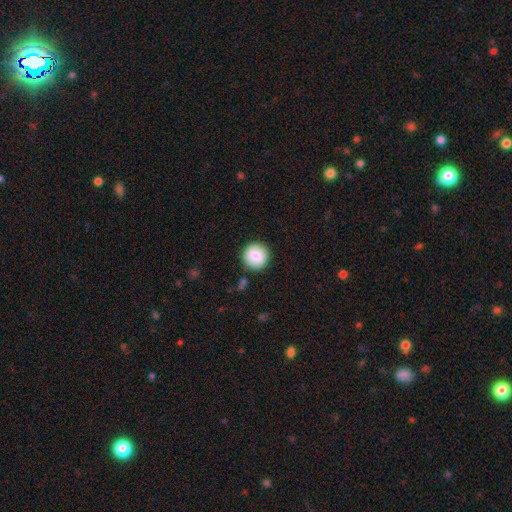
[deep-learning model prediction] smooth_or_featured: smooth (p=0.81) [alt: featured or disk p=0.11]
how_rounded: round (p=0.94) [alt: in between p=0.05]
merging: none (p=0.89) [alt: minor disturbance p=0.07]